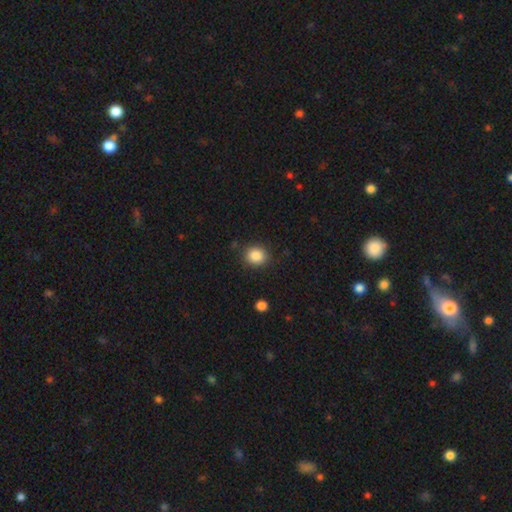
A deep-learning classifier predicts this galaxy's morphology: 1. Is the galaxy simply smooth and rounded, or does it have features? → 86% smooth, 9% star or artifact, 4% featured or disk.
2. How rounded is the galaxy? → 75% round, 24% in between, 1% cigar-shaped.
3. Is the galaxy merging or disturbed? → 88% none, 8% minor disturbance, 3% major disturbance, 2% merger.